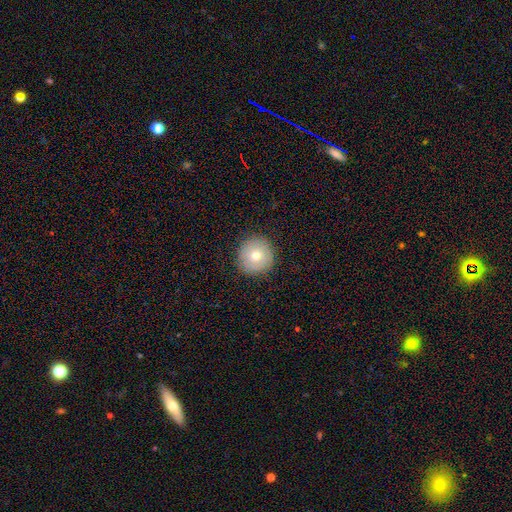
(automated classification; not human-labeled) This is likely a smooth galaxy (70%). How rounded: clearly round (95%). Merging: clearly none (89%).